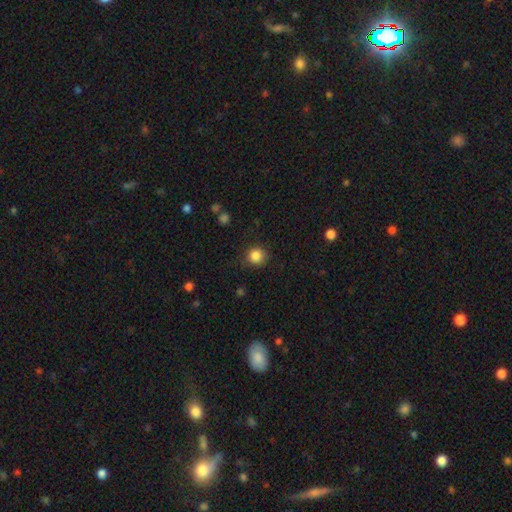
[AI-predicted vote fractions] Morphology: type=smooth (86%); roundness=round (91%); merging=none (86%).